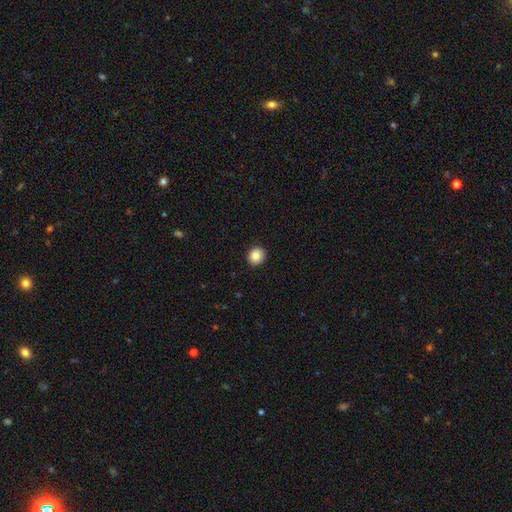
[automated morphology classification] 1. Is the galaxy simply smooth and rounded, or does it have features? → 86% smooth, 9% star or artifact, 5% featured or disk.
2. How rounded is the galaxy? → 88% round, 11% in between, 1% cigar-shaped.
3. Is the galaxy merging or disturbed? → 92% none, 5% minor disturbance, 2% major disturbance, 1% merger.